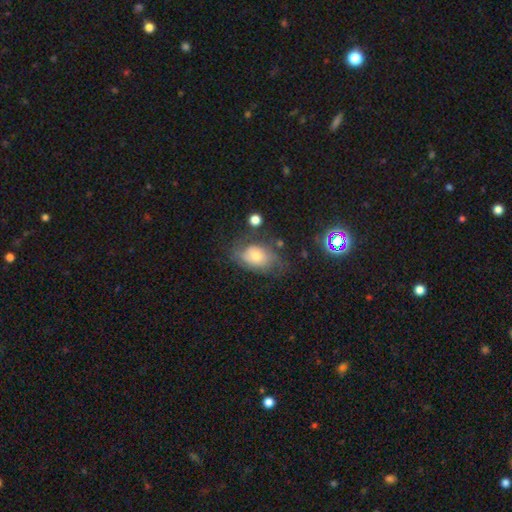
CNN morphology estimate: This appears to be a smooth galaxy with no disk features (50%) that is in between round and cigar-shaped (79%). Merging: none (53%).